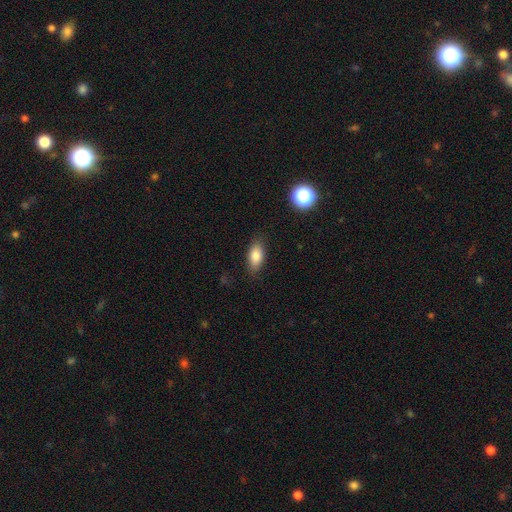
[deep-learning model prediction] smooth-or-featured: smooth: 83% | featured or disk: 8% | star or artifact: 8%
  how-rounded: in between: 86% | cigar-shaped: 9% | round: 5%
  merging: none: 82% | minor disturbance: 13% | major disturbance: 3% | merger: 1%